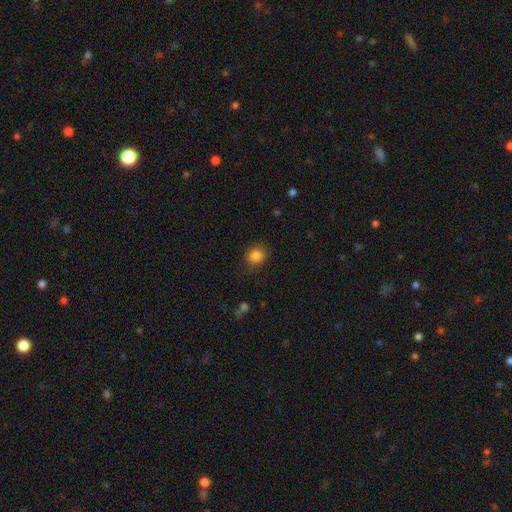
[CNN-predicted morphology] The model was most divided on "how rounded": round: 80%, in between: 19%, cigar-shaped: 1%. More confident: smooth or featured — smooth (85%); merging — none (83%).